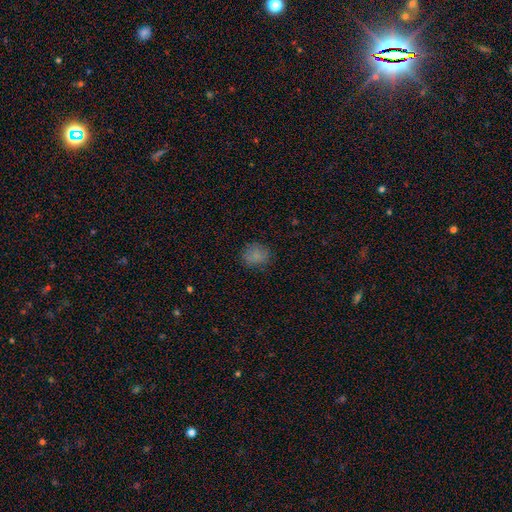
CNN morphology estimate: Smooth or featured? Predicted: smooth (p=0.80). How rounded? Predicted: round (p=0.64). Merging? Predicted: none (p=0.78).